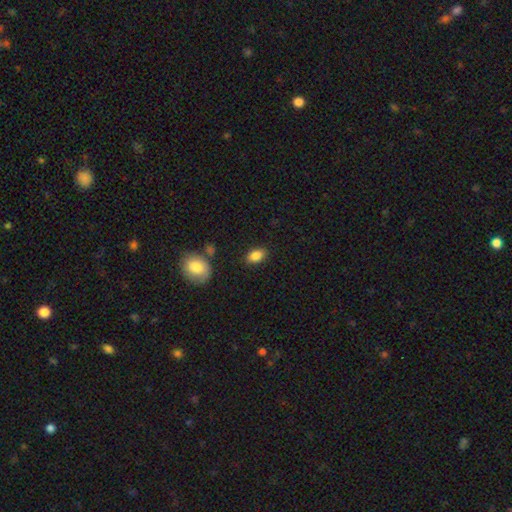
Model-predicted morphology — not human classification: Smooth or featured?
  - smooth: 87% *
  - star or artifact: 8%
  - featured or disk: 6%
How rounded?
  - in between: 86% *
  - round: 12%
  - cigar-shaped: 2%
Merging?
  - none: 85% *
  - minor disturbance: 10%
  - major disturbance: 3%
  - merger: 2%